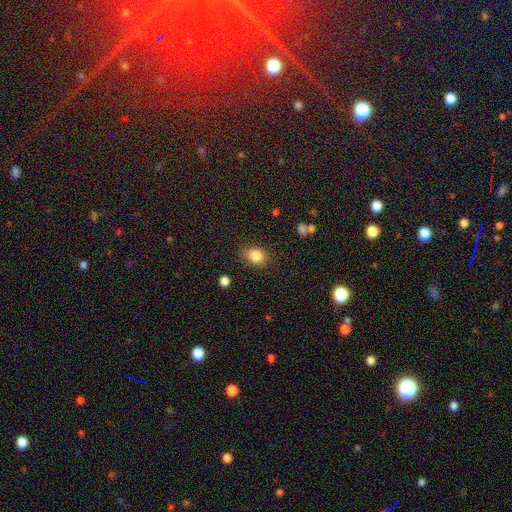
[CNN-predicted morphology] Q: Smooth or featured?
A: smooth (84%); runner-up: star or artifact (10%)
Q: How rounded?
A: round (51%); runner-up: in between (48%)
Q: Merging?
A: none (80%); runner-up: minor disturbance (15%)